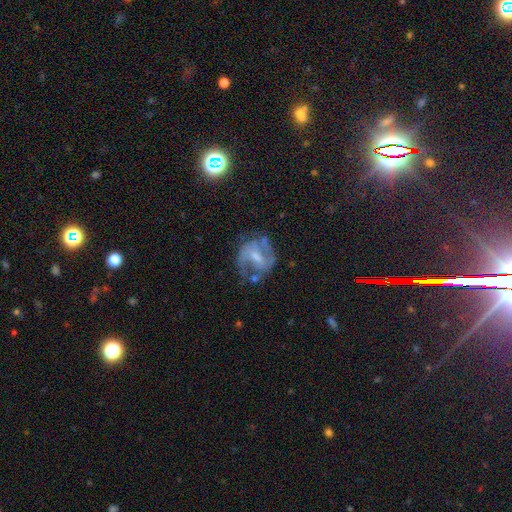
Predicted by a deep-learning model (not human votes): Smooth or featured? featured or disk (70%)
Edge-on disk? no (97%)
Bar? weak (50%)
Spiral arms? yes (75%)
Spiral winding? medium (48%)
Spiral arm count? 2 (67%)
Bulge size? moderate (45%)
Merging? none (51%)